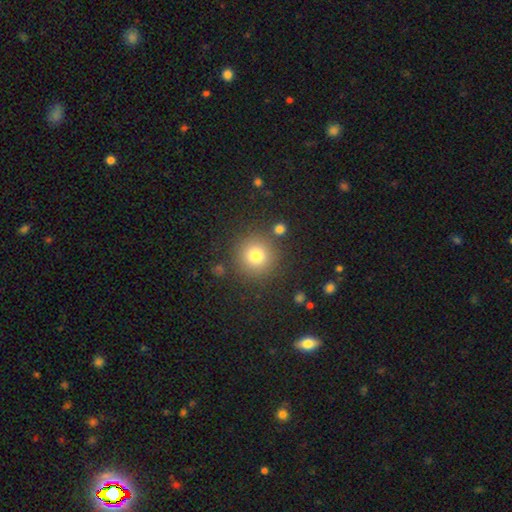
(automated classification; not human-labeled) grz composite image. It shows a smooth galaxy with no disk features (78%) that is round (94%). Merging: none (84%).